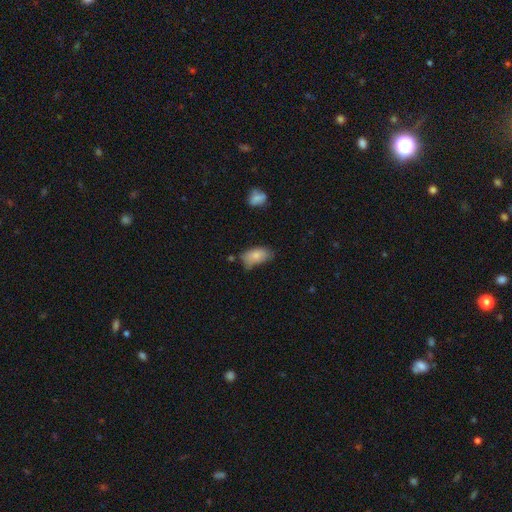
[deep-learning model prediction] This is clearly a smooth galaxy (81%). How rounded: clearly in between (93%). Merging: possibly none (55%).